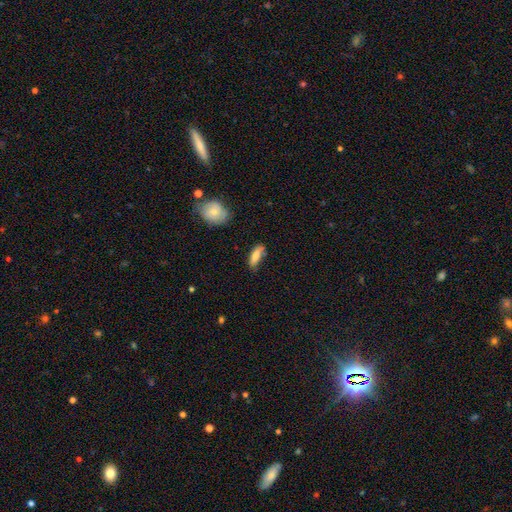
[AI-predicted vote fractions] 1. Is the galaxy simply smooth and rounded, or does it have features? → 79% smooth, 15% featured or disk, 7% star or artifact.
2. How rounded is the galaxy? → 58% in between, 39% cigar-shaped, 2% round.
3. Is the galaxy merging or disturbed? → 59% none, 30% minor disturbance, 7% major disturbance, 4% merger.